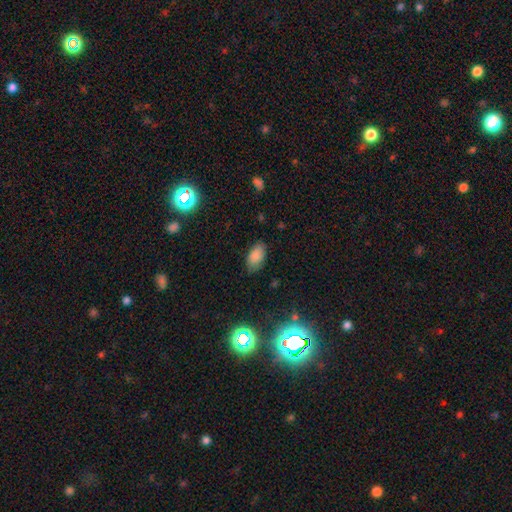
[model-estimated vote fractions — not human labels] A smooth galaxy with no disk features (84%) that is in between round and cigar-shaped (93%).

Vote fractions:
- Smooth or featured? smooth: 84% / star or artifact: 10% / featured or disk: 6%
- How rounded? in between: 93% / round: 4% / cigar-shaped: 2%
- Merging? none: 81% / minor disturbance: 15% / major disturbance: 3% / merger: 1%